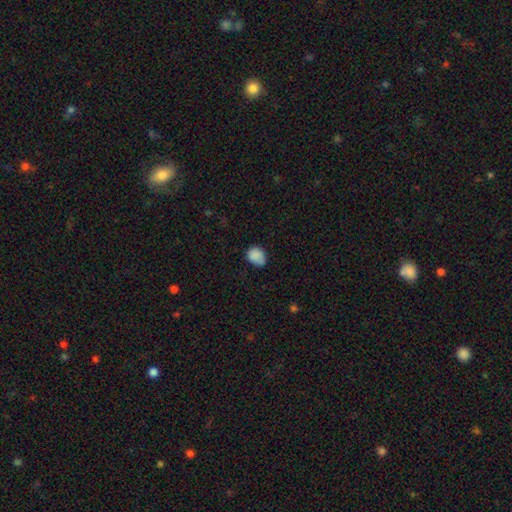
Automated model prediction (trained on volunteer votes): A smooth galaxy with no disk features (86%) that is round (55%). Merging: none (65%).